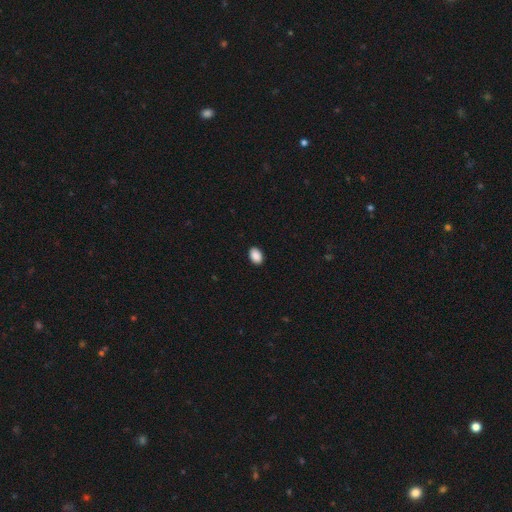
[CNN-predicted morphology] This is clearly a smooth galaxy (90%). How rounded: clearly in between (85%). Merging: clearly none (90%).